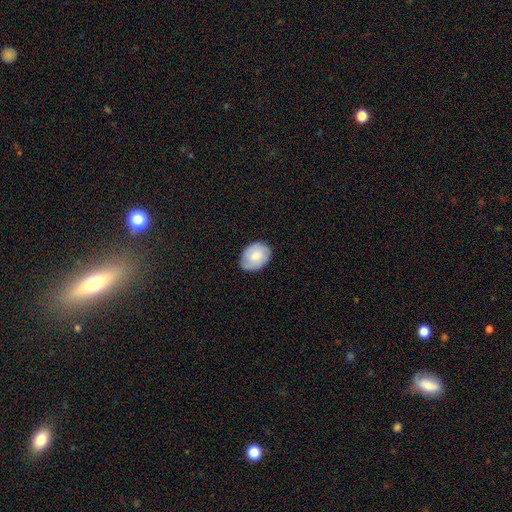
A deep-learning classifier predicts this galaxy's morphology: Smooth or featured? smooth (67%)
How rounded? in between (66%)
Merging? none (79%)